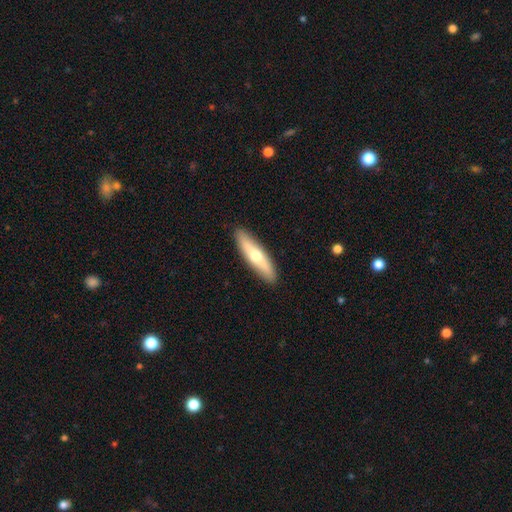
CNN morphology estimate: smooth_or_featured: smooth (p=0.56) [alt: featured or disk p=0.39]
how_rounded: cigar-shaped (p=0.75) [alt: in between p=0.23]
merging: none (p=0.90) [alt: minor disturbance p=0.07]